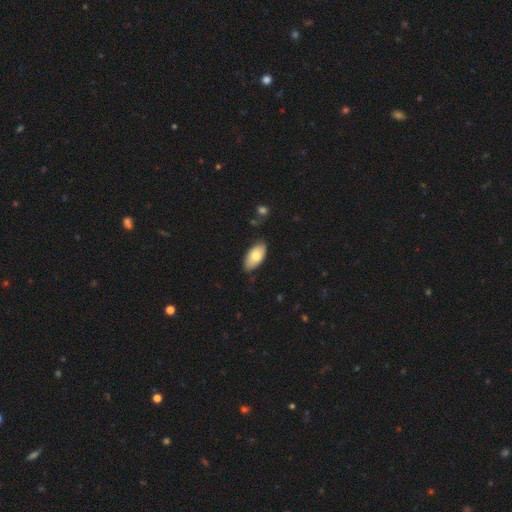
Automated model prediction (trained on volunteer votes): Smooth or featured? Predicted: smooth (p=0.76). How rounded? Predicted: in between (p=0.94). Merging? Predicted: none (p=0.78).